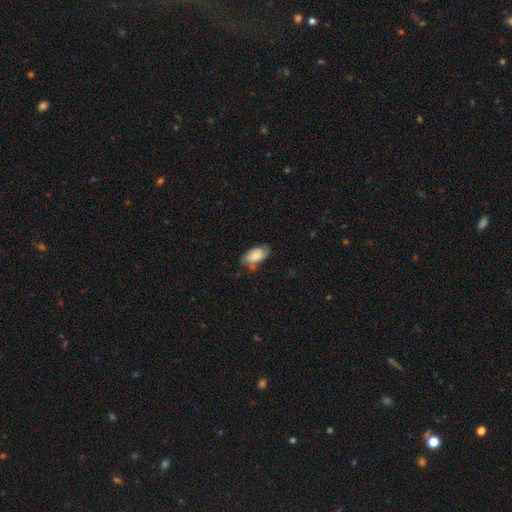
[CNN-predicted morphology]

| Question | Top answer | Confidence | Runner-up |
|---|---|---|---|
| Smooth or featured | smooth | 65% | featured or disk (28%) |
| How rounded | in between | 93% | round (4%) |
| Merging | none | 57% | minor disturbance (30%) |